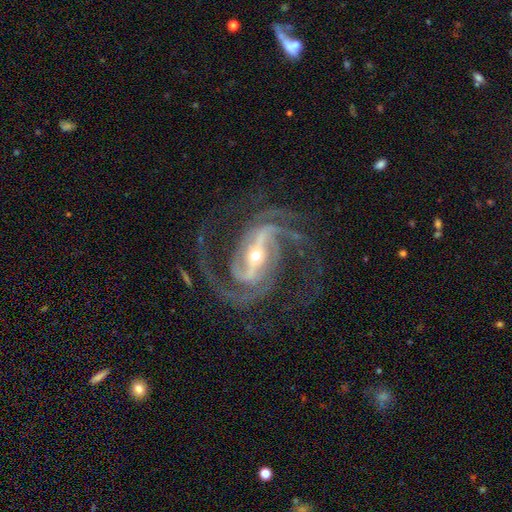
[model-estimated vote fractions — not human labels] This appears to be a featured or disk galaxy (93%) with a strong bar (68%), 2 (57%) medium (59%) spiral arms (99%) and a small central bulge (63%). Merging: none (71%).